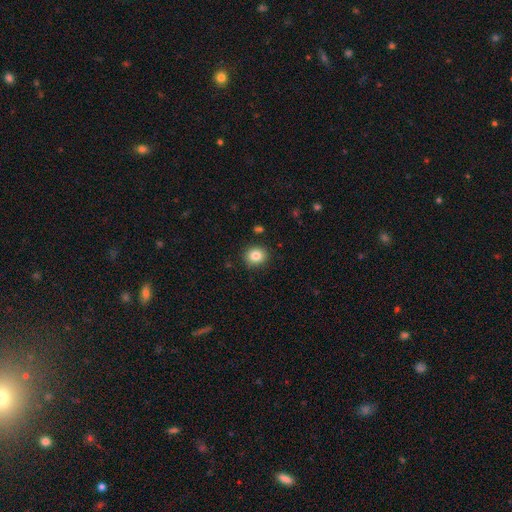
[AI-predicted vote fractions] A smooth galaxy with no disk features (84%) that is round (78%).

Vote fractions:
- Smooth or featured? smooth: 84% / star or artifact: 10% / featured or disk: 6%
- How rounded? round: 78% / in between: 21% / cigar-shaped: 1%
- Merging? none: 90% / minor disturbance: 7% / major disturbance: 2% / merger: 1%